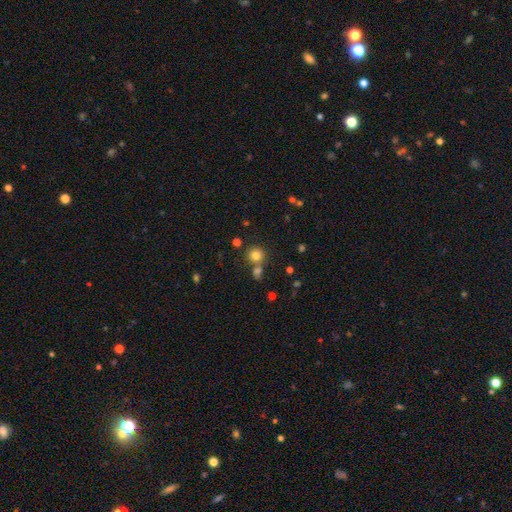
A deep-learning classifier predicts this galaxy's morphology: Smooth or featured: smooth — 79% (star or artifact — 14%)
How rounded: round — 90% (in between — 9%)
Merging: none — 66% (merger — 23%)